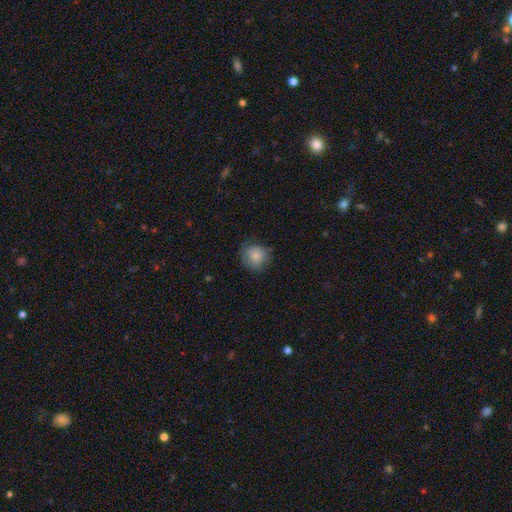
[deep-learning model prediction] Morphology: type=smooth (84%); roundness=round (83%); merging=none (75%).